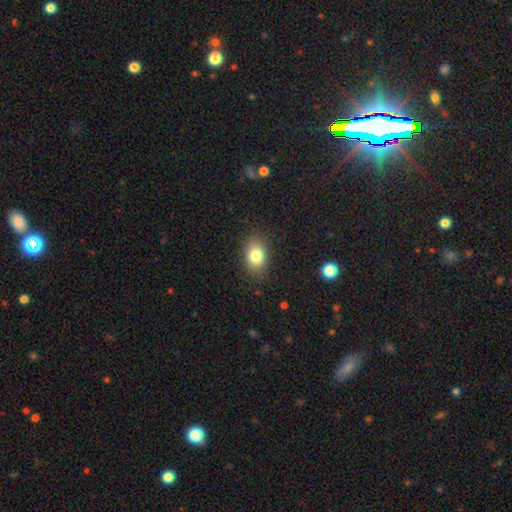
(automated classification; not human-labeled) Overall: smooth (81%). How rounded: in between (78%). Merging: none (85%).